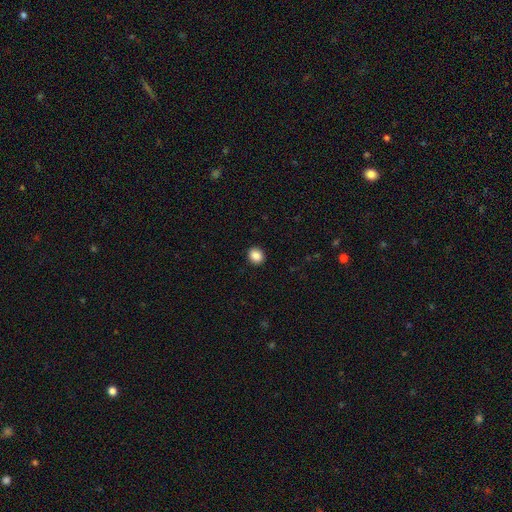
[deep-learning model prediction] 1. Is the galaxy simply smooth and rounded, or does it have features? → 88% smooth, 9% star or artifact, 3% featured or disk.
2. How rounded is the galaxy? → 69% round, 30% in between, 1% cigar-shaped.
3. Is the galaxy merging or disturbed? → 92% none, 5% minor disturbance, 2% major disturbance, 1% merger.